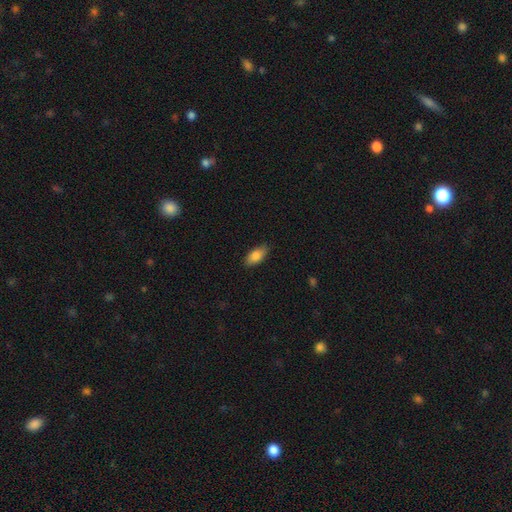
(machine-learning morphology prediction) Smooth or featured?
  - smooth: 84% *
  - featured or disk: 9%
  - star or artifact: 7%
How rounded?
  - in between: 89% *
  - cigar-shaped: 8%
  - round: 3%
Merging?
  - none: 86% *
  - minor disturbance: 11%
  - major disturbance: 2%
  - merger: 1%